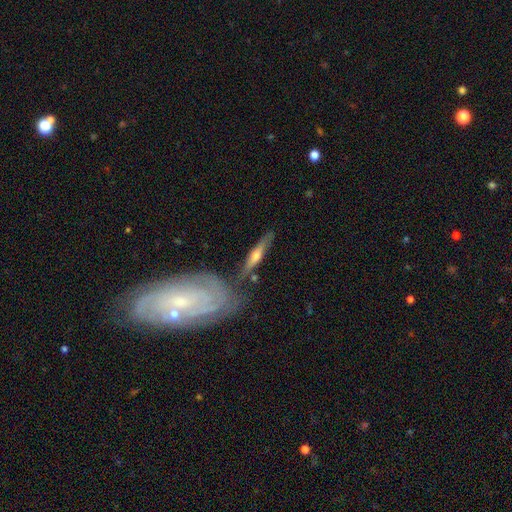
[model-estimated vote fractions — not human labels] Q: Smooth or featured?
A: featured or disk (64%); runner-up: smooth (30%)
Q: Edge-on disk?
A: yes (82%); runner-up: no (18%)
Q: Edge-on bulge?
A: rounded (83%); runner-up: none (11%)
Q: Merging?
A: none (67%); runner-up: minor disturbance (16%)